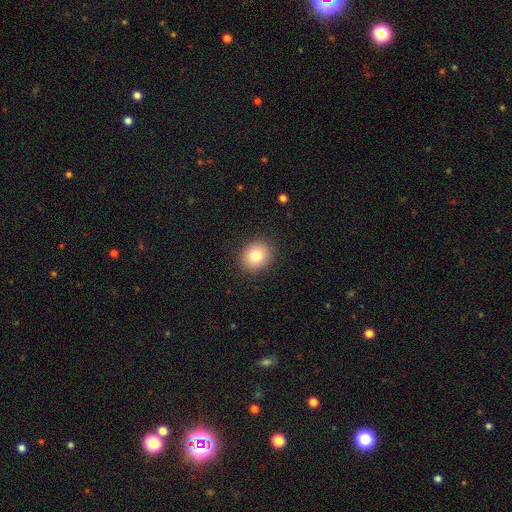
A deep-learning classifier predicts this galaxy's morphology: A smooth galaxy with no disk features (82%) that is round (75%). Merging: none (90%).